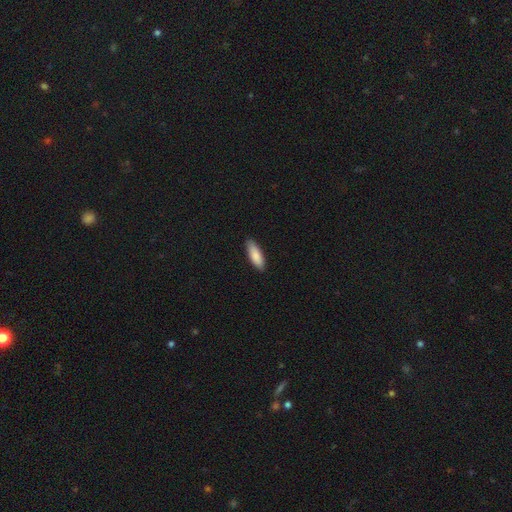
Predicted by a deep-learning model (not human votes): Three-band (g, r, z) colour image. It shows a smooth galaxy with no disk features (87%) that is in between round and cigar-shaped (57%). Merging: none (88%).